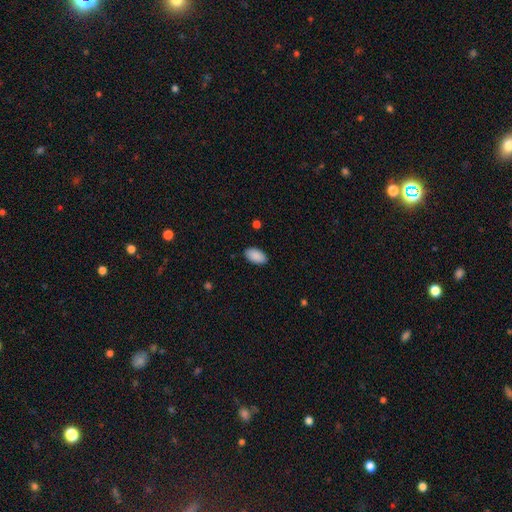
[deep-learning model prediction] The model was most divided on "merging": none: 88%, minor disturbance: 9%, major disturbance: 2%, merger: 1%. More confident: how rounded — in between (95%); smooth or featured — smooth (90%).